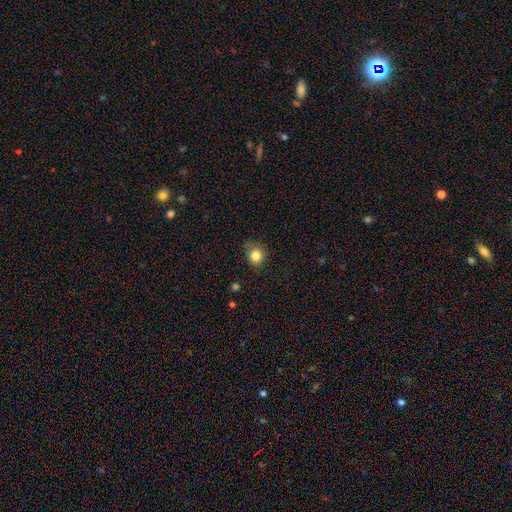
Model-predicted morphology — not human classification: The model was most divided on "merging": none: 74%, minor disturbance: 20%, major disturbance: 5%, merger: 2%. More confident: smooth or featured — smooth (84%); how rounded — round (82%).